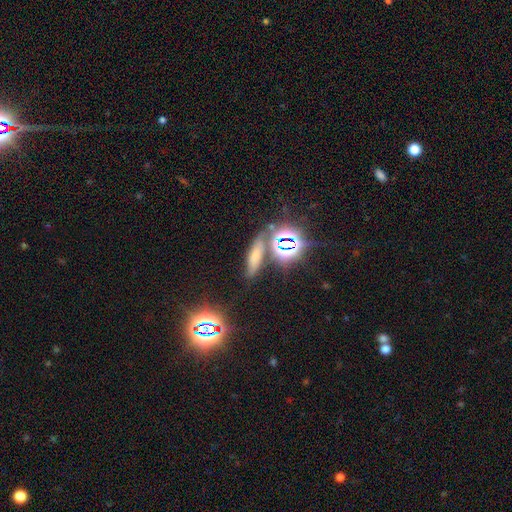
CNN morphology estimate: This is possibly a smooth galaxy (55%). How rounded: possibly cigar-shaped (48%). Merging: likely none (71%).